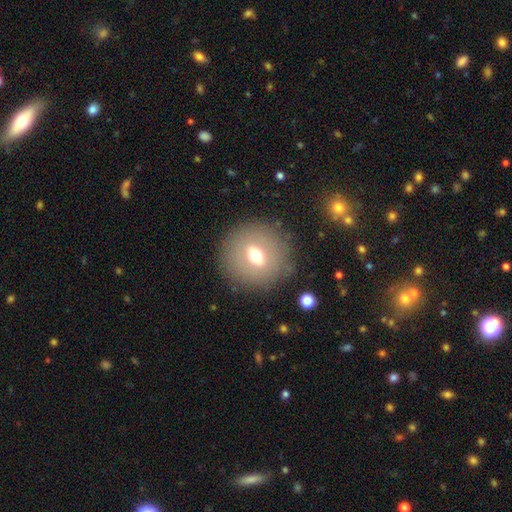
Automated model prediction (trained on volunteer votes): The model was most divided on "smooth or featured": smooth: 55%, featured or disk: 34%, star or artifact: 11%. More confident: how rounded — round (84%); merging — none (84%).